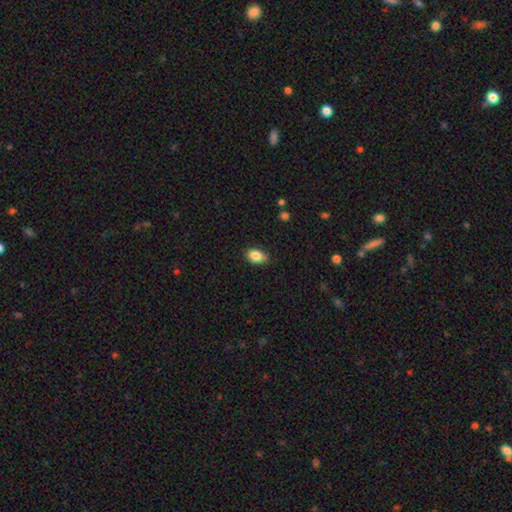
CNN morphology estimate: Q: Smooth or featured?
A: smooth (86%); runner-up: star or artifact (9%)
Q: How rounded?
A: in between (77%); runner-up: round (22%)
Q: Merging?
A: none (75%); runner-up: minor disturbance (21%)